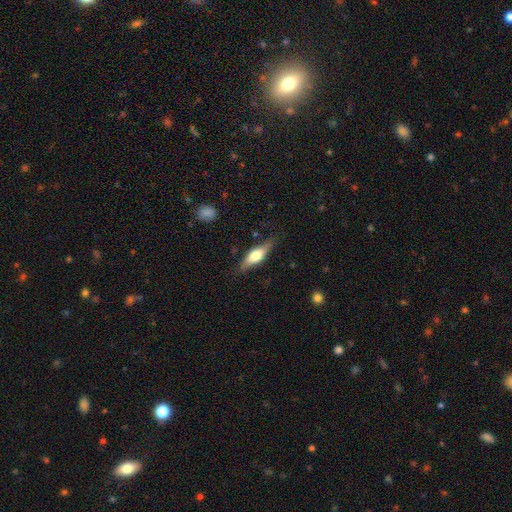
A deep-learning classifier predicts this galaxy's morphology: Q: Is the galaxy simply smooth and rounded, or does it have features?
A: smooth — 48%.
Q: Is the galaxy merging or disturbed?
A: none — 78%.